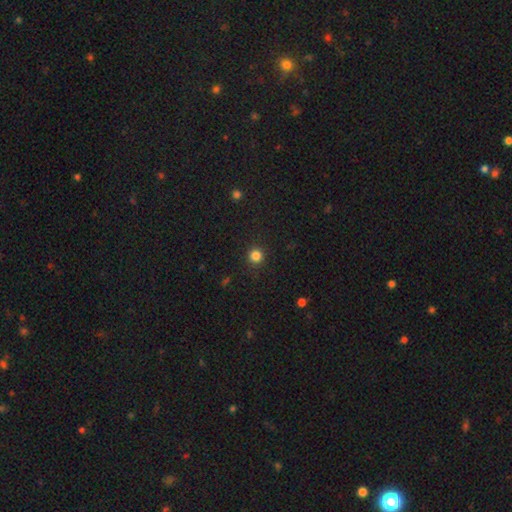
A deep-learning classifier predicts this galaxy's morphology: Smooth or featured?
  - smooth: 83% *
  - star or artifact: 13%
  - featured or disk: 4%
How rounded?
  - round: 94% *
  - in between: 5%
  - cigar-shaped: 1%
Merging?
  - none: 92% *
  - minor disturbance: 5%
  - major disturbance: 2%
  - merger: 1%